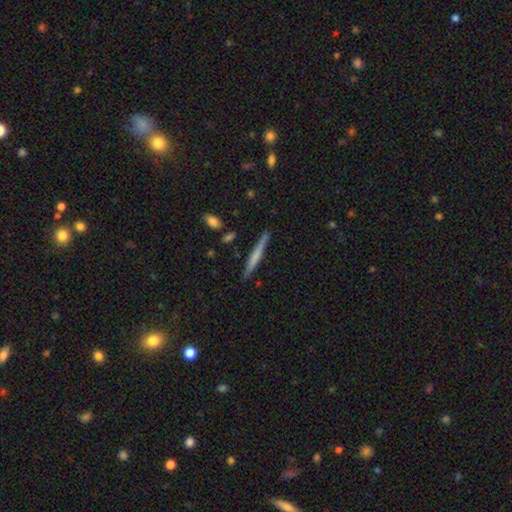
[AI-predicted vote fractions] Smooth or featured?
  - smooth: 53% *
  - featured or disk: 41%
  - star or artifact: 6%
How rounded?
  - cigar-shaped: 96% *
  - in between: 3%
  - round: 1%
Merging?
  - none: 88% *
  - minor disturbance: 9%
  - merger: 2%
  - major disturbance: 2%